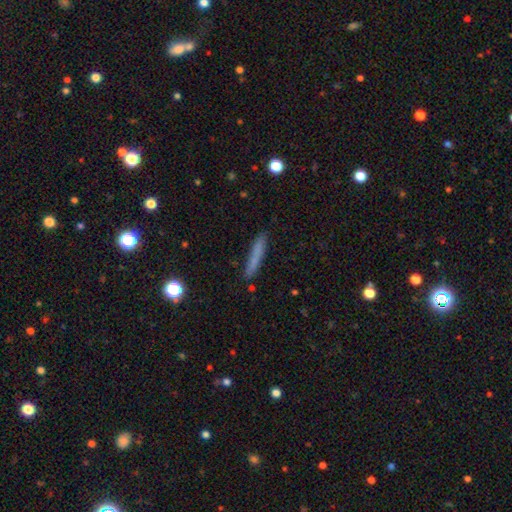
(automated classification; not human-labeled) Smooth or featured? smooth (73%)
How rounded? cigar-shaped (94%)
Merging? none (86%)